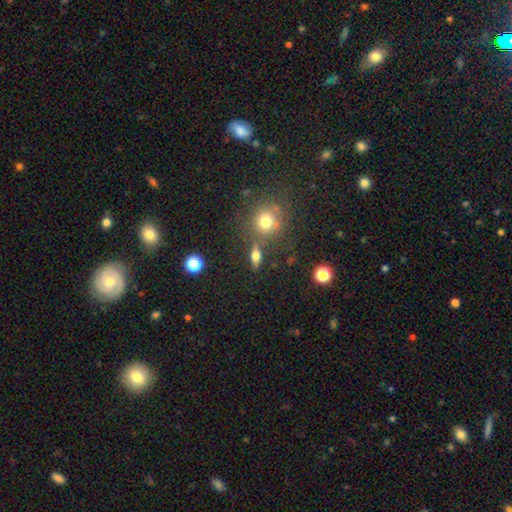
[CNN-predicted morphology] The model was most divided on "smooth or featured": smooth: 56%, featured or disk: 29%, star or artifact: 15%. More confident: merging — none (76%); how rounded — in between (55%).